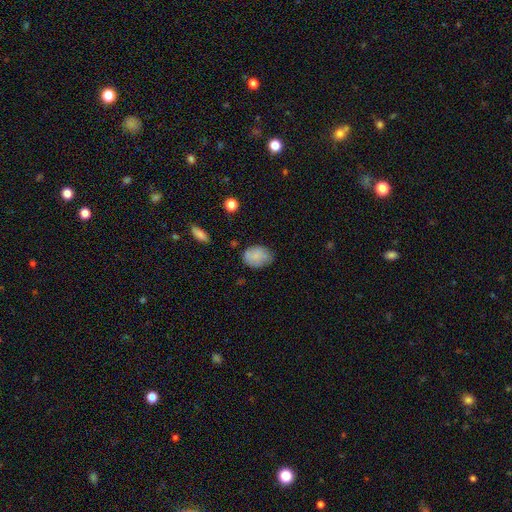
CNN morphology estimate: The model was most divided on "merging": none: 67%, minor disturbance: 25%, major disturbance: 6%, merger: 2%. More confident: smooth or featured — smooth (81%); how rounded — in between (74%).